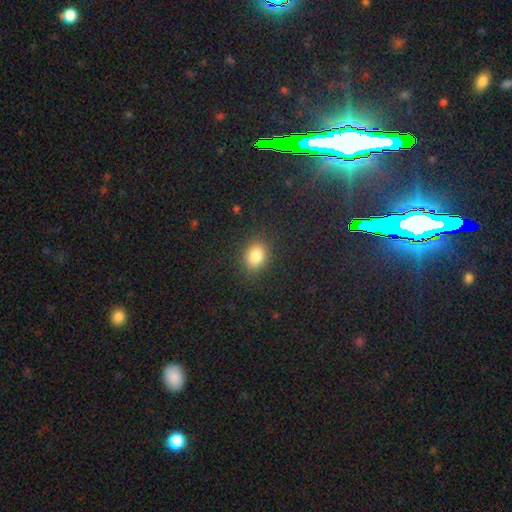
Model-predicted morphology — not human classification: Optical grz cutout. It shows a smooth galaxy with no disk features (83%) that is in between round and cigar-shaped (56%). Merging: none (87%).